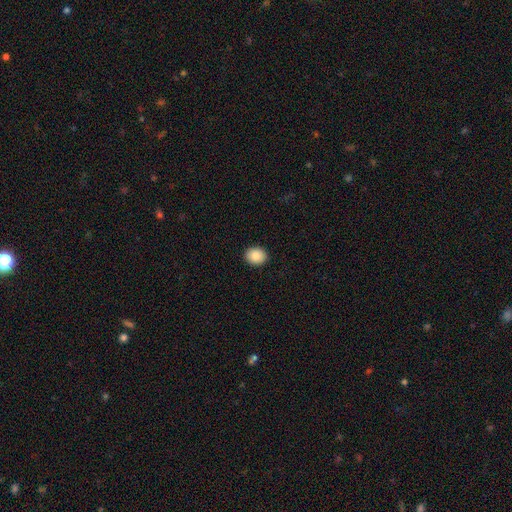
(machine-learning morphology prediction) type=smooth (86%); roundness=round (57%); merging=none (92%).